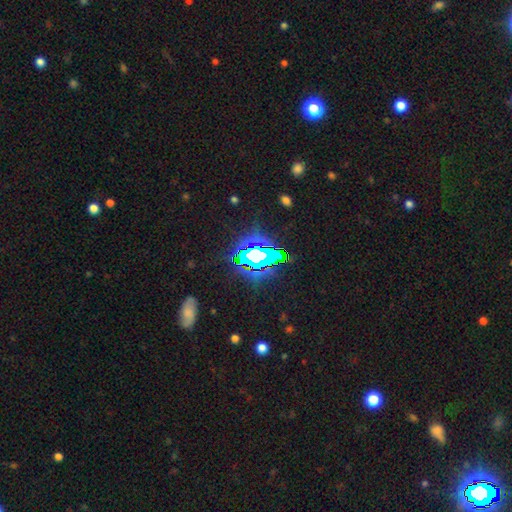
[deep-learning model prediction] smooth_or_featured: star or artifact (p=0.68) [alt: featured or disk p=0.16]